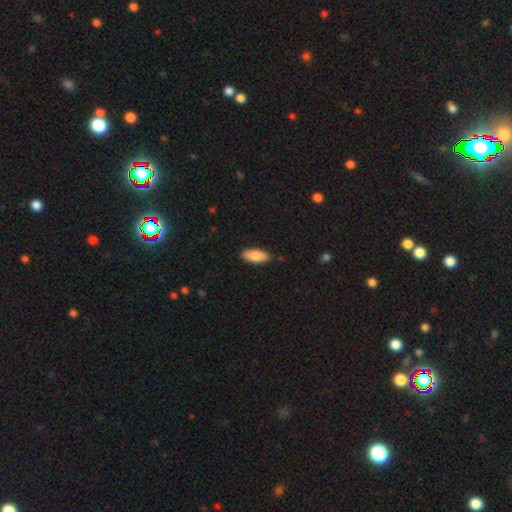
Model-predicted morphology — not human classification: The model was most divided on "how rounded": in between: 80%, cigar-shaped: 18%, round: 2%. More confident: merging — none (88%); smooth or featured — smooth (83%).